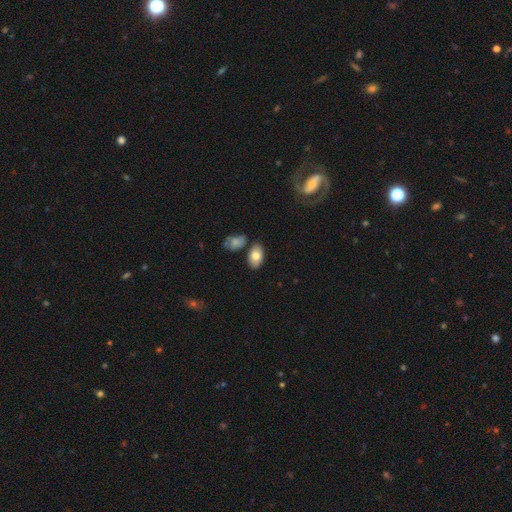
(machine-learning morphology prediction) Smooth or featured? smooth (79%)
How rounded? in between (93%)
Merging? none (75%)